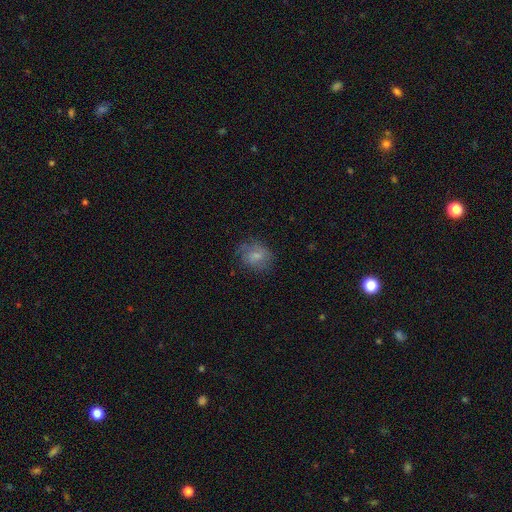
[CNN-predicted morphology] Smooth or featured? smooth (68%)
How rounded? round (54%)
Merging? none (64%)